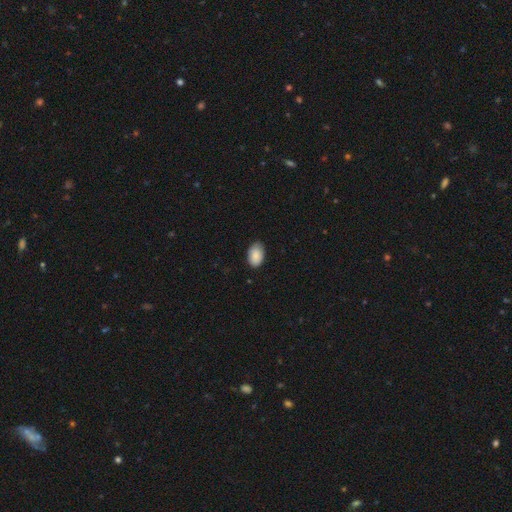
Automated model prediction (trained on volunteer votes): smooth_or_featured: smooth (p=0.88) [alt: star or artifact p=0.07]
how_rounded: in between (p=0.90) [alt: round p=0.09]
merging: none (p=0.81) [alt: minor disturbance p=0.16]